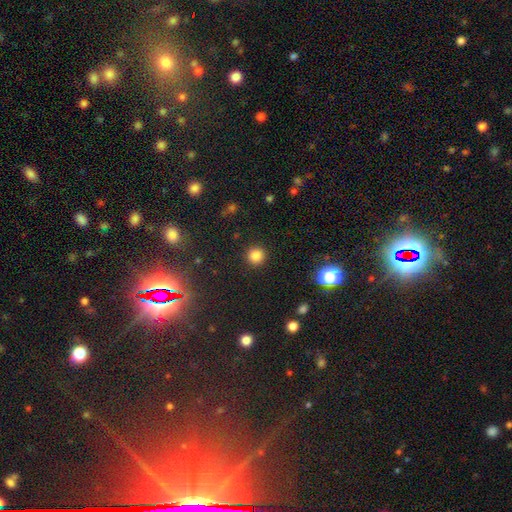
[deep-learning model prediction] Smooth or featured? Predicted: smooth (p=0.83). How rounded? Predicted: round (p=0.94). Merging? Predicted: none (p=0.92).